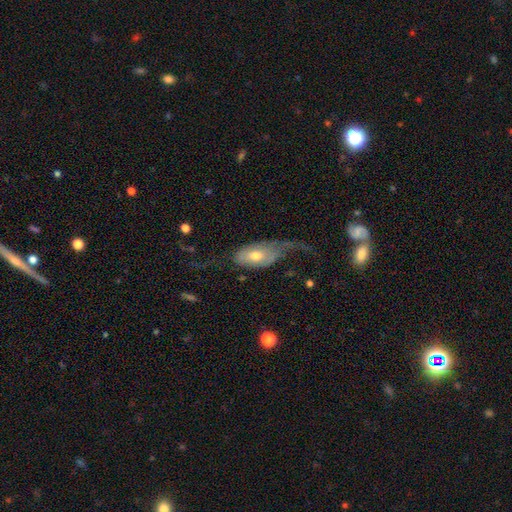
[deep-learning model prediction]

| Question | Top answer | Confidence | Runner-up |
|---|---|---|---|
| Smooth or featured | featured or disk | 50% | smooth (43%) |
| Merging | major disturbance | 49% | none (27%) |